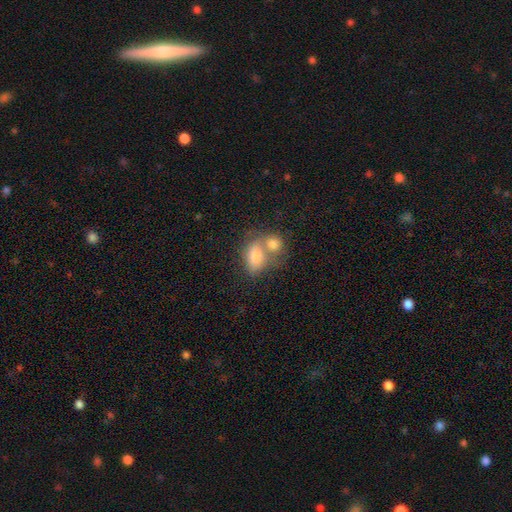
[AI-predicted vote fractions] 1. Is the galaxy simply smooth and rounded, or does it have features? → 77% smooth, 13% featured or disk, 9% star or artifact.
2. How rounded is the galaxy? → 80% in between, 18% round, 2% cigar-shaped.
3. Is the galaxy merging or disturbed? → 61% merger, 23% none, 10% minor disturbance, 6% major disturbance.